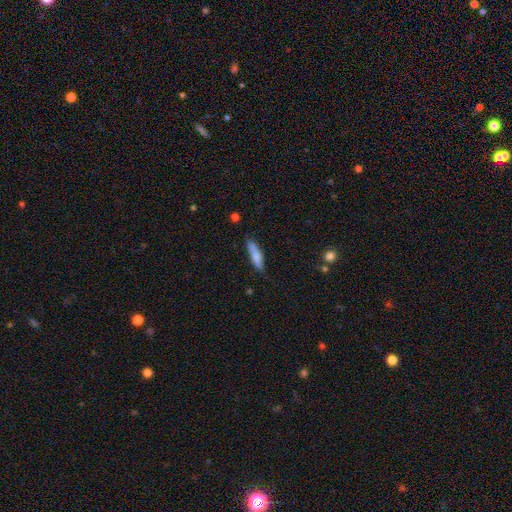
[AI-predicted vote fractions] smooth-or-featured: smooth: 74% | featured or disk: 20% | star or artifact: 6%
  how-rounded: cigar-shaped: 77% | in between: 21% | round: 2%
  merging: none: 78% | minor disturbance: 17% | major disturbance: 3% | merger: 2%